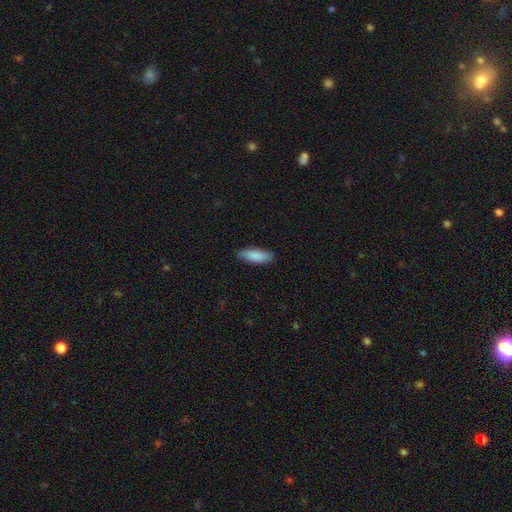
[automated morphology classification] Smooth or featured?
  - smooth: 87% *
  - featured or disk: 7%
  - star or artifact: 5%
How rounded?
  - in between: 63% *
  - cigar-shaped: 36%
  - round: 2%
Merging?
  - none: 85% *
  - minor disturbance: 11%
  - major disturbance: 2%
  - merger: 1%